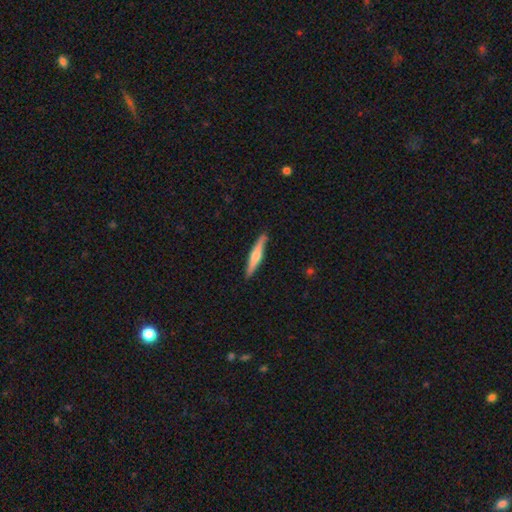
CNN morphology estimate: type=featured or disk (51%); edge-on=yes (96%); merging=none (90%).